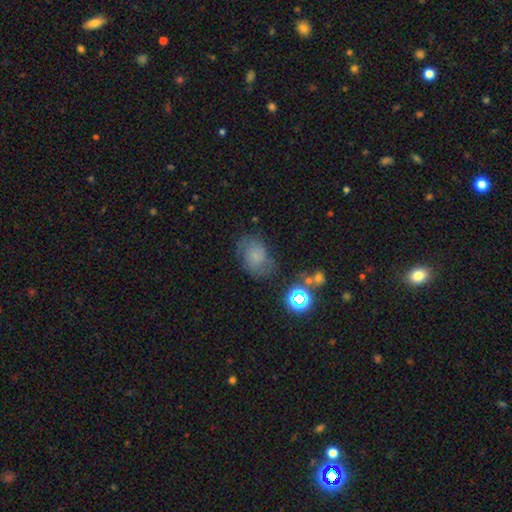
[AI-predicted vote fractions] The model was most divided on "smooth or featured": smooth: 53%, featured or disk: 31%, star or artifact: 16%. More confident: how rounded — in between (68%); merging — none (61%).